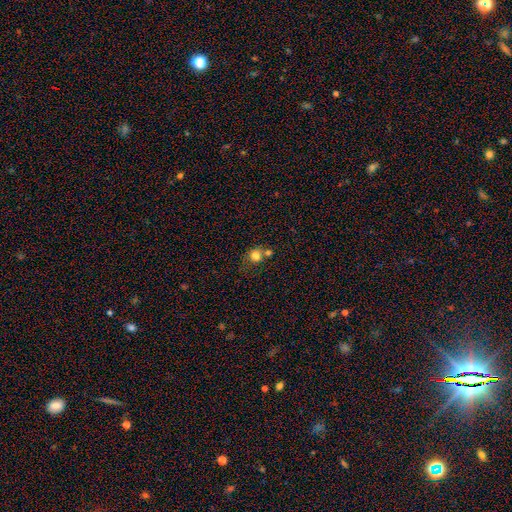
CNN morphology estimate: type=smooth (79%); roundness=round (82%); merging=none (48%).